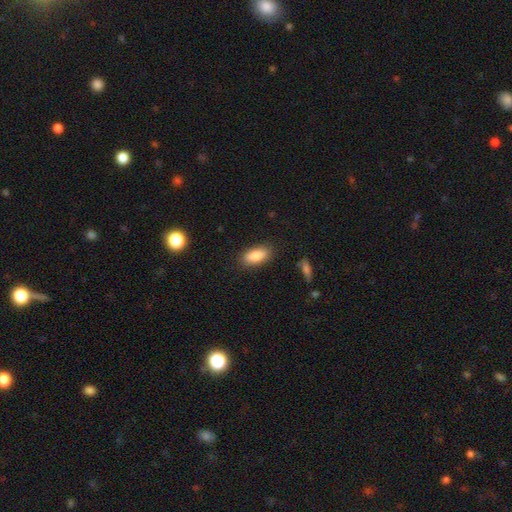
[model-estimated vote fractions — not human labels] Smooth or featured?
  - smooth: 87% *
  - star or artifact: 7%
  - featured or disk: 6%
How rounded?
  - in between: 87% *
  - cigar-shaped: 10%
  - round: 3%
Merging?
  - none: 85% *
  - minor disturbance: 10%
  - major disturbance: 3%
  - merger: 2%